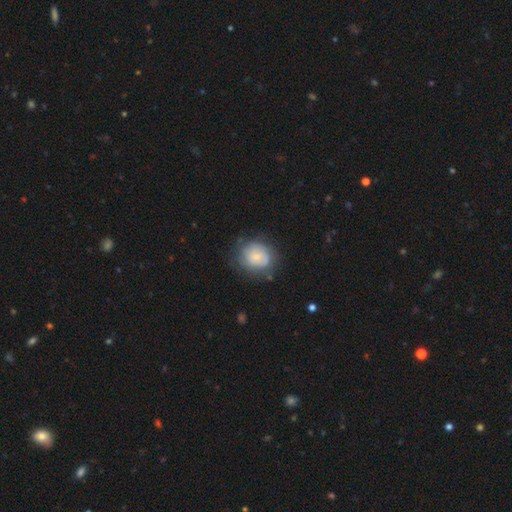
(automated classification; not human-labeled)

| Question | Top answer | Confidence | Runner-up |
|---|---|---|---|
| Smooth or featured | smooth | 60% | featured or disk (32%) |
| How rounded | round | 69% | in between (30%) |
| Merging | none | 63% | minor disturbance (24%) |